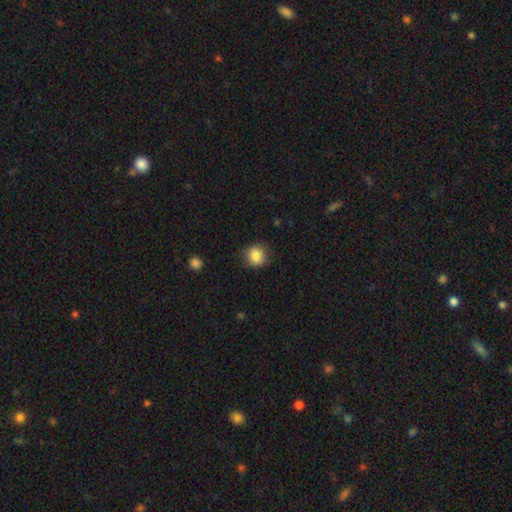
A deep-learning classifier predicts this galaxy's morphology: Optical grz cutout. It shows a smooth galaxy with no disk features (86%) that is round (83%). Merging: none (84%).